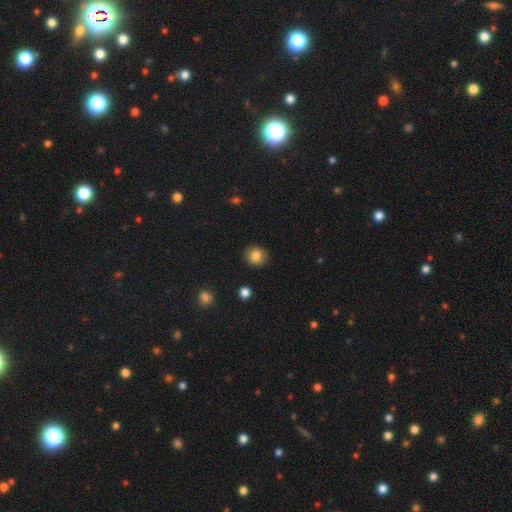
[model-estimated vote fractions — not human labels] smooth-or-featured: smooth: 85% | star or artifact: 10% | featured or disk: 6%
  how-rounded: round: 83% | in between: 16% | cigar-shaped: 1%
  merging: none: 89% | minor disturbance: 8% | major disturbance: 2% | merger: 1%